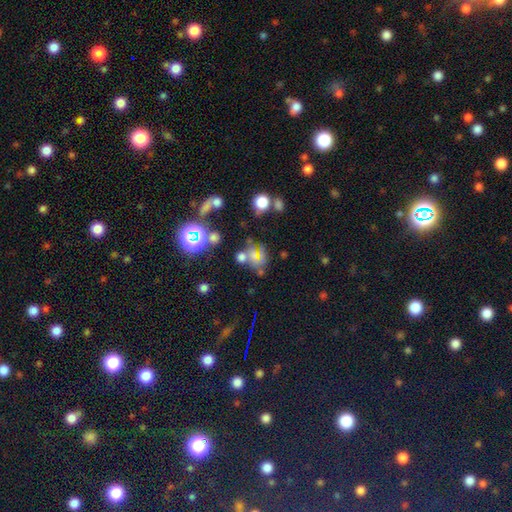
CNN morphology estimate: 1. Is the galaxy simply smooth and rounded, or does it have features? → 40% smooth, 39% star or artifact, 21% featured or disk.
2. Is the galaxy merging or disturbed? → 45% none, 24% merger, 16% minor disturbance, 15% major disturbance.